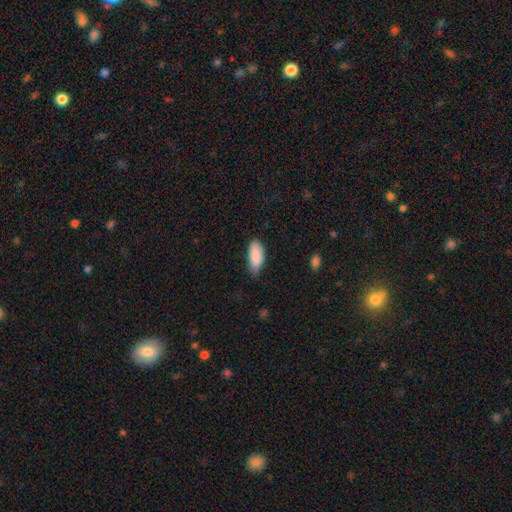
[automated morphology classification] This appears to be a smooth galaxy with no disk features (88%) that is in between round and cigar-shaped (88%). Merging: none (57%).